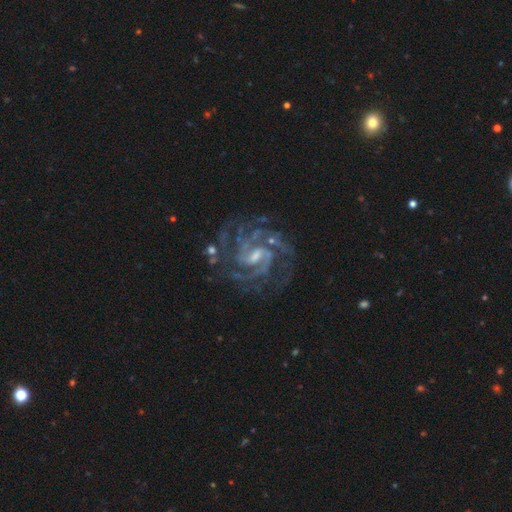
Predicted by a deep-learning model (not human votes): Morphology: type=featured or disk (92%); edge-on=no (98%); bar=weak (57%); spiral arms=yes (98%); winding=tight (53%); arm count=3 (28%); bulge=small (48%); merging=none (73%).